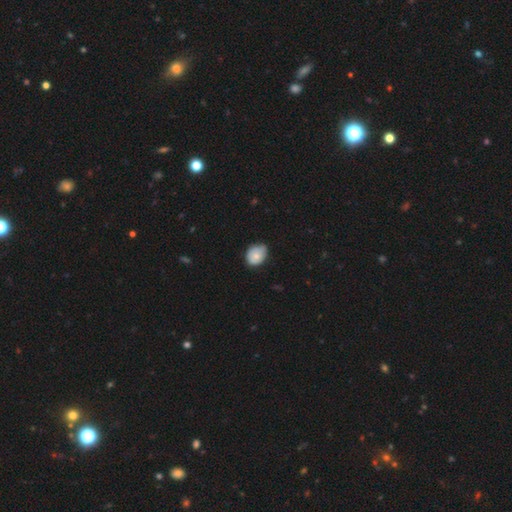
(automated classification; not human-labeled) Morphology: type=smooth (74%); roundness=in between (56%); merging=none (56%).